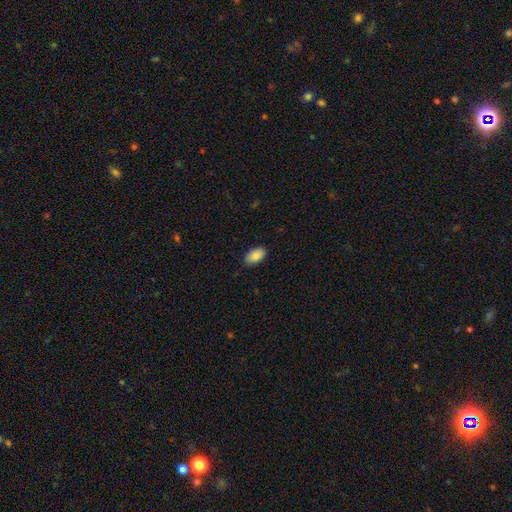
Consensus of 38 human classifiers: smooth-or-featured: smooth: 76% | featured or disk: 13% | star or artifact: 11%
  how-rounded: in between: 100% | round: 0% | cigar-shaped: 0%
  merging: none: 88% | minor disturbance: 12% | major disturbance: 0% | merger: 0%